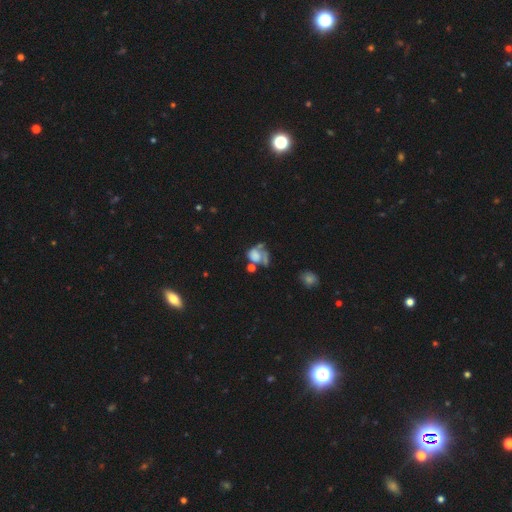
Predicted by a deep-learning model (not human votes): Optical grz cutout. It shows a smooth galaxy with no disk features (51%) that is in between round and cigar-shaped (53%). Merging: major disturbance (32%).